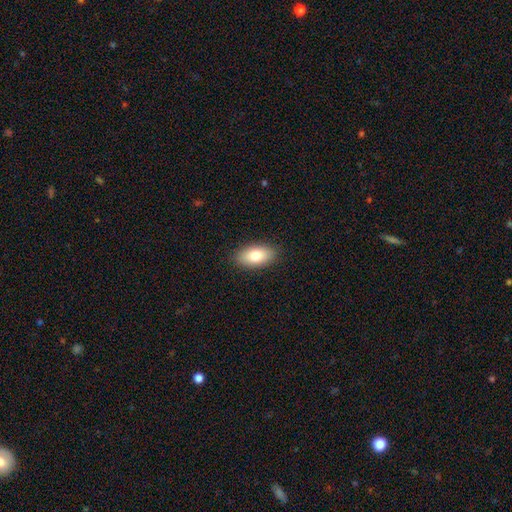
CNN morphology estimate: A smooth galaxy with no disk features (79%) that is in between round and cigar-shaped (92%).

Vote fractions:
- Smooth or featured? smooth: 79% / featured or disk: 14% / star or artifact: 7%
- How rounded? in between: 92% / cigar-shaped: 5% / round: 4%
- Merging? none: 89% / minor disturbance: 8% / major disturbance: 2% / merger: 1%